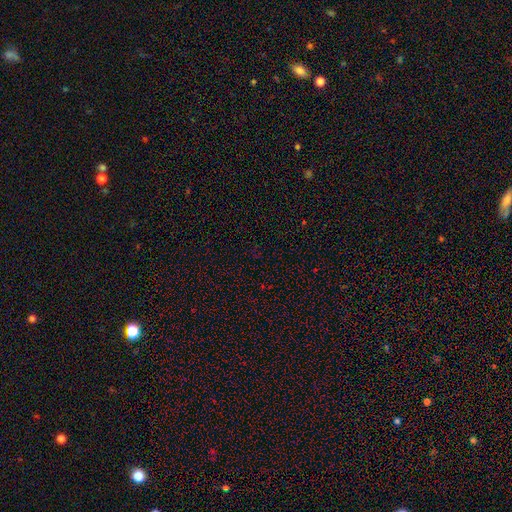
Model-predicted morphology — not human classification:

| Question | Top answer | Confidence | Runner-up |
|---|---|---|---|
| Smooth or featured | star or artifact | 68% | smooth (25%) |